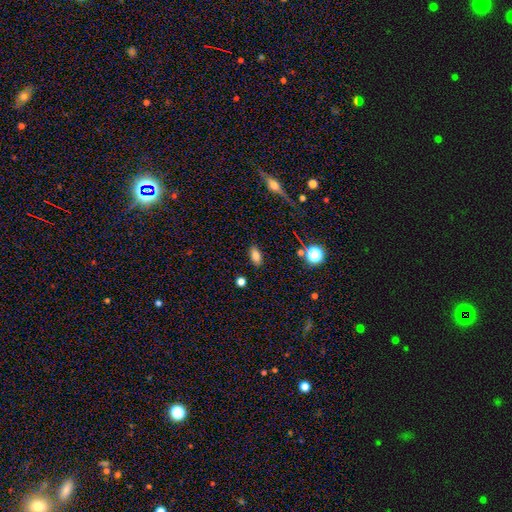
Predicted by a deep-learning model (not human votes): Q: Smooth or featured?
A: smooth (80%); runner-up: star or artifact (12%)
Q: How rounded?
A: in between (87%); runner-up: cigar-shaped (6%)
Q: Merging?
A: none (86%); runner-up: minor disturbance (10%)